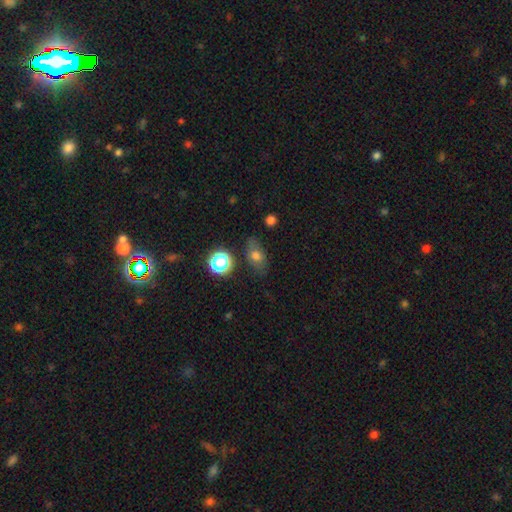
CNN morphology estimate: Smooth or featured?
  - smooth: 68% *
  - featured or disk: 17%
  - star or artifact: 15%
How rounded?
  - in between: 68% *
  - round: 26%
  - cigar-shaped: 6%
Merging?
  - none: 71% *
  - minor disturbance: 19%
  - major disturbance: 6%
  - merger: 4%